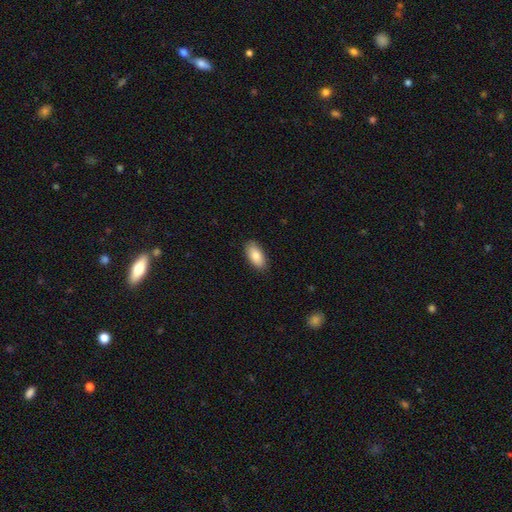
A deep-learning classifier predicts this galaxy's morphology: Smooth or featured: smooth — 84% (featured or disk — 9%)
How rounded: in between — 92% (cigar-shaped — 5%)
Merging: none — 88% (minor disturbance — 9%)